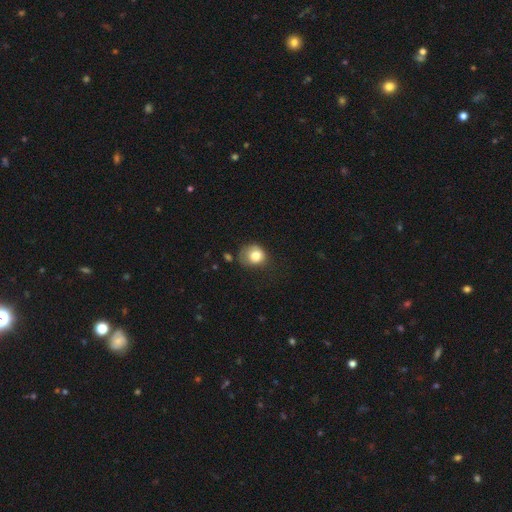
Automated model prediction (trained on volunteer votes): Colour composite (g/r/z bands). It shows a smooth galaxy with no disk features (79%) that is round (74%). Merging: none (46%).